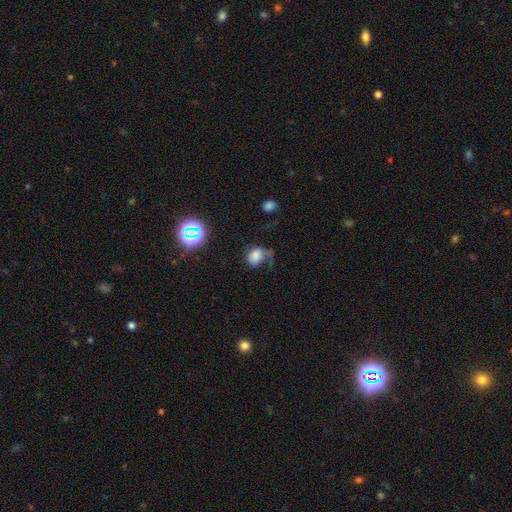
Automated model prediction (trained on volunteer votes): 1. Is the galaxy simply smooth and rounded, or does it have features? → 60% smooth, 26% featured or disk, 14% star or artifact.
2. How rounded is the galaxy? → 54% round, 44% in between, 1% cigar-shaped.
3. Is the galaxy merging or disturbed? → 48% major disturbance, 26% none, 21% minor disturbance, 5% merger.